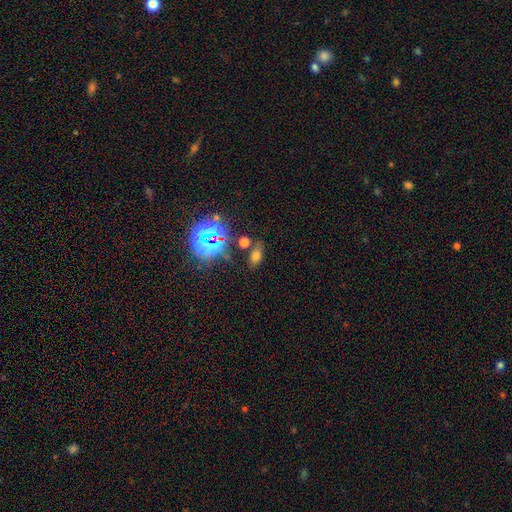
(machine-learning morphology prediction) Smooth or featured? Predicted: smooth (p=0.58). How rounded? Predicted: in between (p=0.84). Merging? Predicted: none (p=0.71).